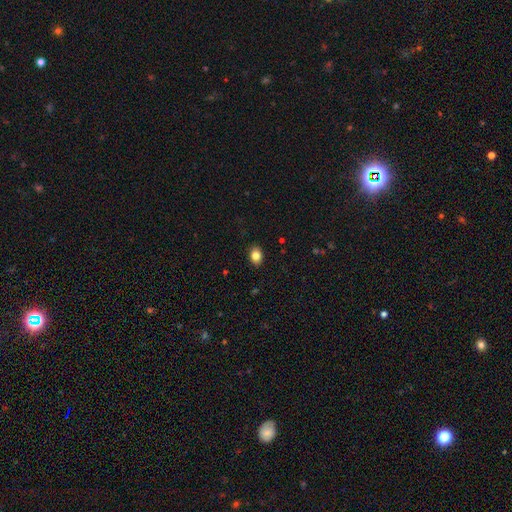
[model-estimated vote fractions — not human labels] This is clearly a smooth galaxy (83%). How rounded: likely in between (73%). Merging: clearly none (89%).